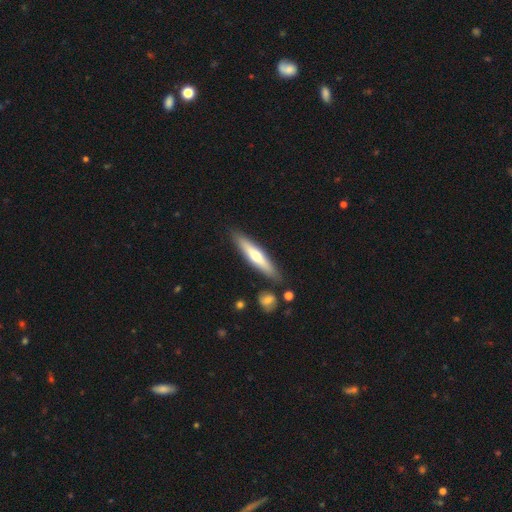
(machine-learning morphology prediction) type=smooth (49%); merging=none (86%).